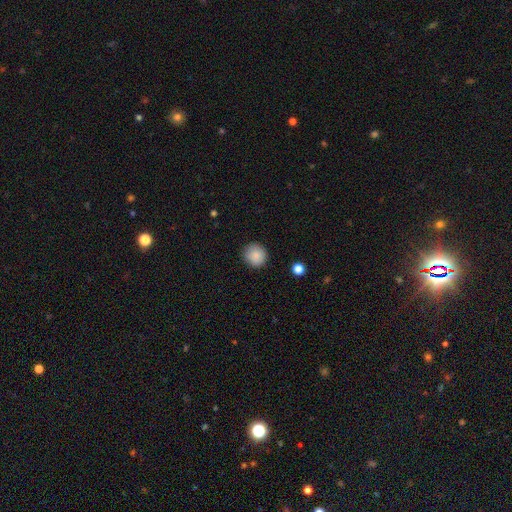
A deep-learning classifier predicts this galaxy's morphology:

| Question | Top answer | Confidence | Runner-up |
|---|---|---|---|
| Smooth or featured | smooth | 88% | star or artifact (8%) |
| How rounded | round | 93% | in between (6%) |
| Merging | none | 90% | minor disturbance (7%) |